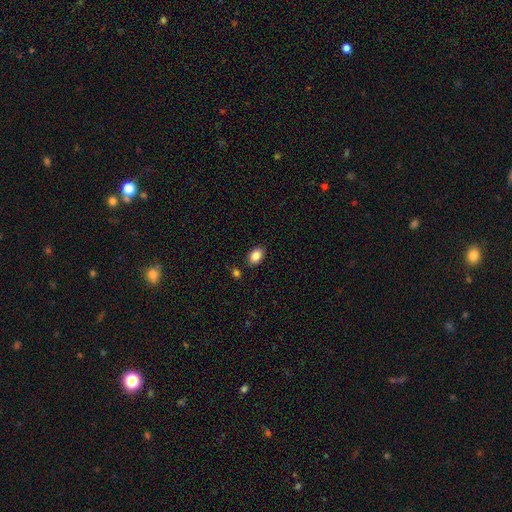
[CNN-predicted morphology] The model was most divided on "how rounded": in between: 83%, round: 16%, cigar-shaped: 1%. More confident: smooth or featured — smooth (86%); merging — none (84%).